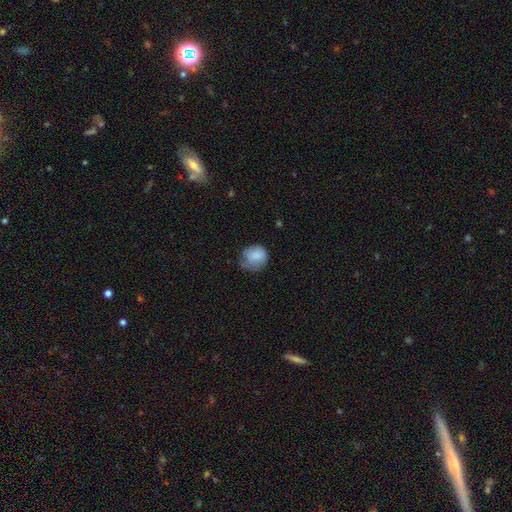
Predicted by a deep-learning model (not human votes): Q: Smooth or featured?
A: smooth (82%); runner-up: featured or disk (11%)
Q: How rounded?
A: round (74%); runner-up: in between (25%)
Q: Merging?
A: none (50%); runner-up: minor disturbance (35%)